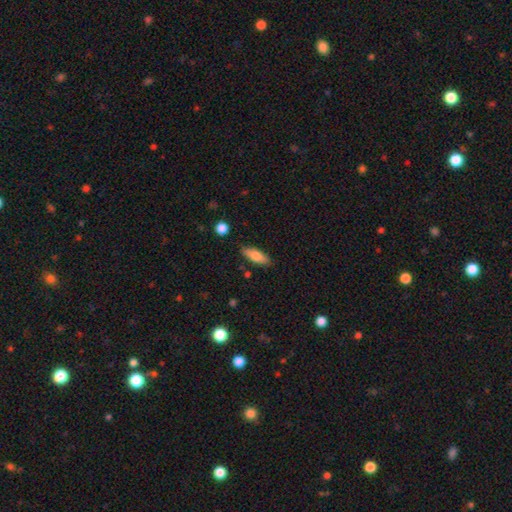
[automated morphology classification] Smooth or featured?
  - smooth: 79% *
  - featured or disk: 14%
  - star or artifact: 7%
How rounded?
  - in between: 65% *
  - cigar-shaped: 33%
  - round: 2%
Merging?
  - none: 83% *
  - minor disturbance: 12%
  - major disturbance: 2%
  - merger: 2%